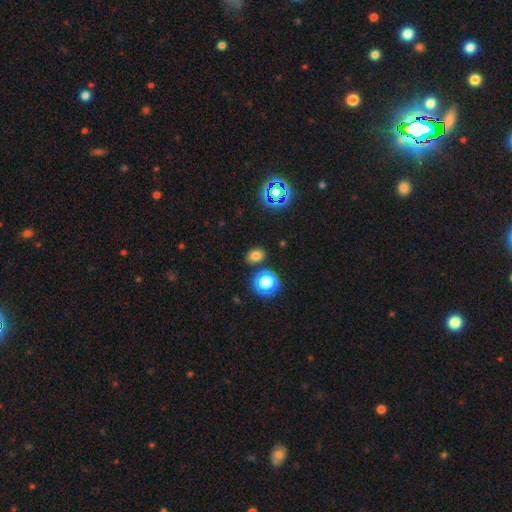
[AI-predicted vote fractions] This is likely a smooth galaxy (72%). How rounded: possibly in between (54%). Merging: clearly none (83%).